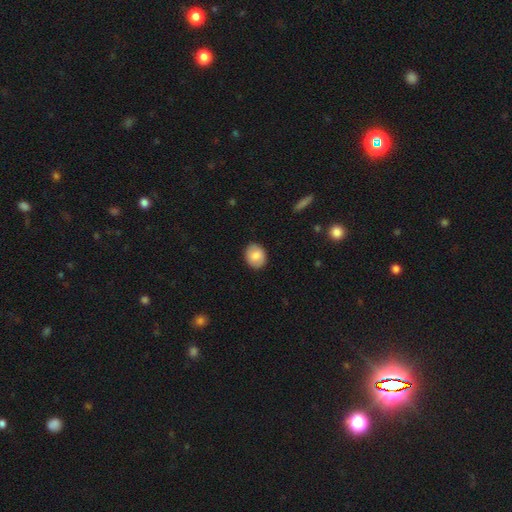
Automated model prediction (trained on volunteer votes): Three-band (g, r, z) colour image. It shows a smooth galaxy with no disk features (80%) that is round (52%). Merging: none (87%).